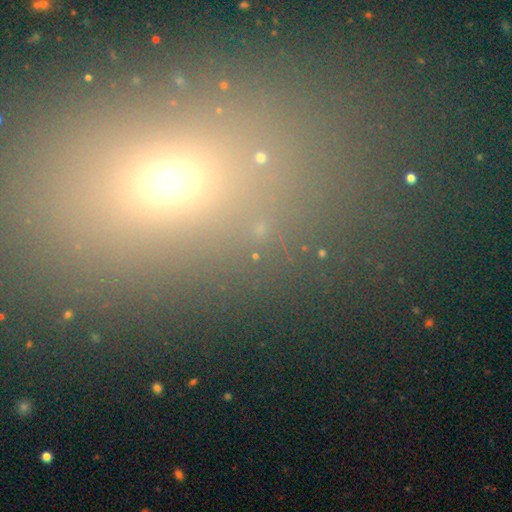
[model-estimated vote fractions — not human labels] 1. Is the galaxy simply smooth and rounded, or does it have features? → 47% star or artifact, 41% smooth, 11% featured or disk.